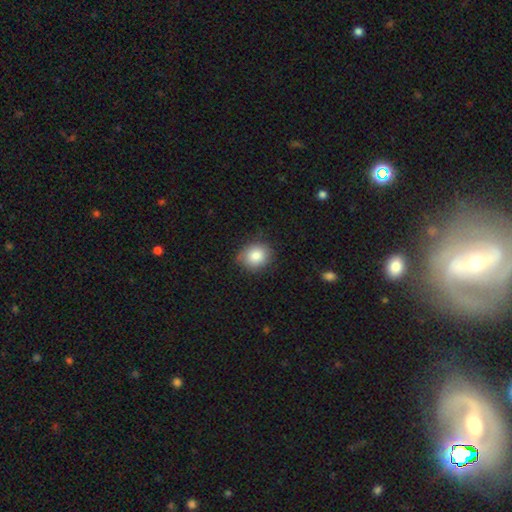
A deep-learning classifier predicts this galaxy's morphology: type=smooth (84%); roundness=round (68%); merging=none (77%).